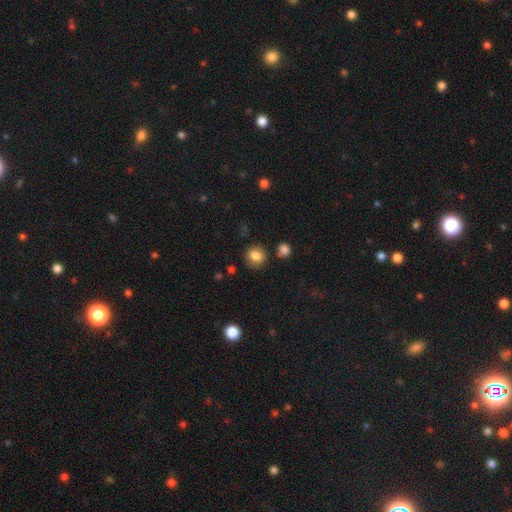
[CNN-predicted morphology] smooth-or-featured: smooth: 83% | star or artifact: 10% | featured or disk: 7%
  how-rounded: round: 81% | in between: 18% | cigar-shaped: 1%
  merging: none: 84% | minor disturbance: 9% | merger: 4% | major disturbance: 3%